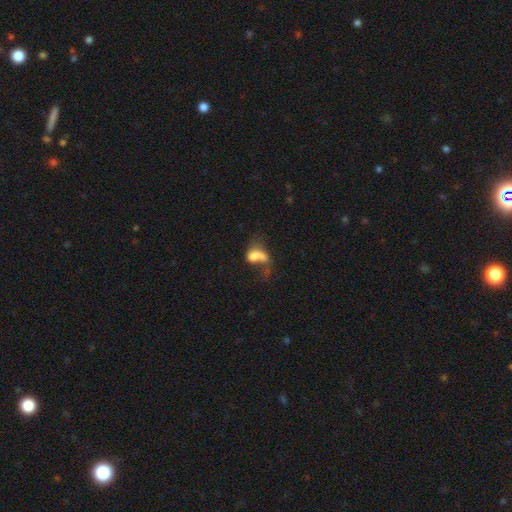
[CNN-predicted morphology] The model was most divided on "merging": major disturbance: 47%, merger: 25%, none: 17%, minor disturbance: 11%. More confident: how rounded — in between (76%); smooth or featured — smooth (57%).